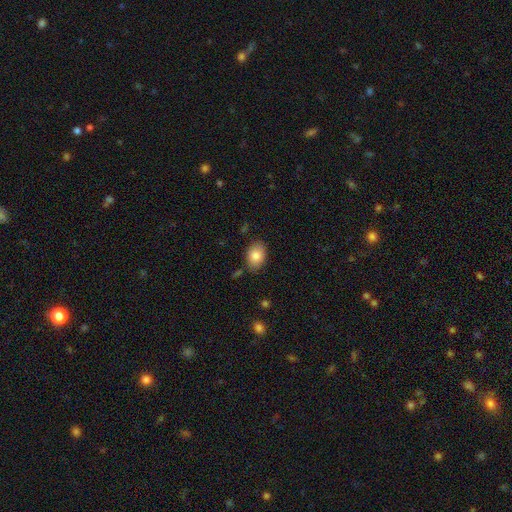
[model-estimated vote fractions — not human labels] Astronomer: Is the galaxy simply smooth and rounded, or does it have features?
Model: smooth — 83%.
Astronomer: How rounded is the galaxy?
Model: in between — 82%.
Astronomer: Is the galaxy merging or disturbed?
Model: none — 81%.